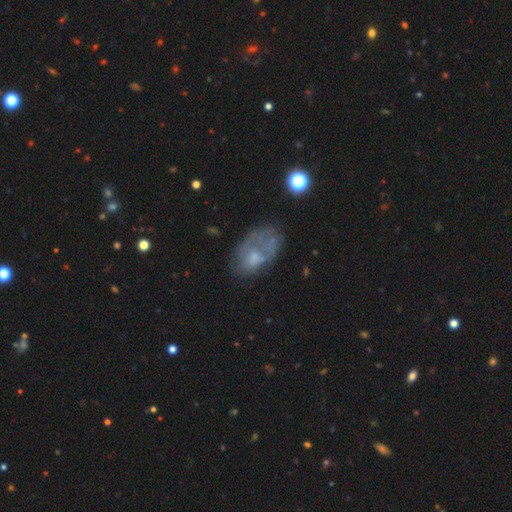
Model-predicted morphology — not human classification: type=featured or disk (44%, tied with smooth); merging=none (41%).